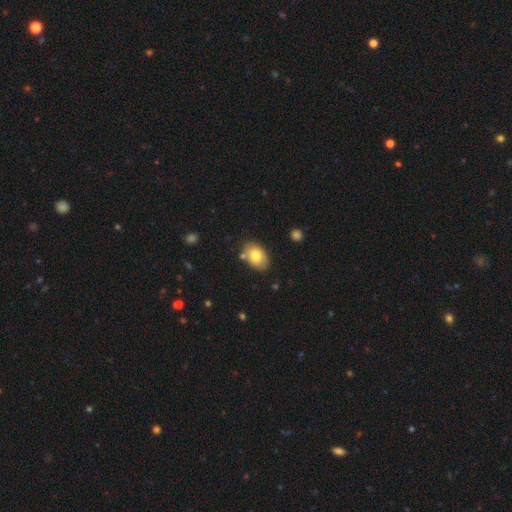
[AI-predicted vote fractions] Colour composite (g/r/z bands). It shows a smooth galaxy with no disk features (77%) that is in between round and cigar-shaped (83%). Merging: none (76%).